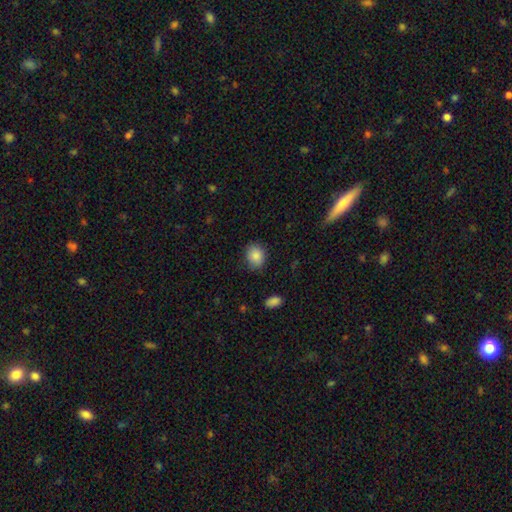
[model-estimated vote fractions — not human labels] Morphology: type=smooth (87%); roundness=round (53%); merging=none (82%).